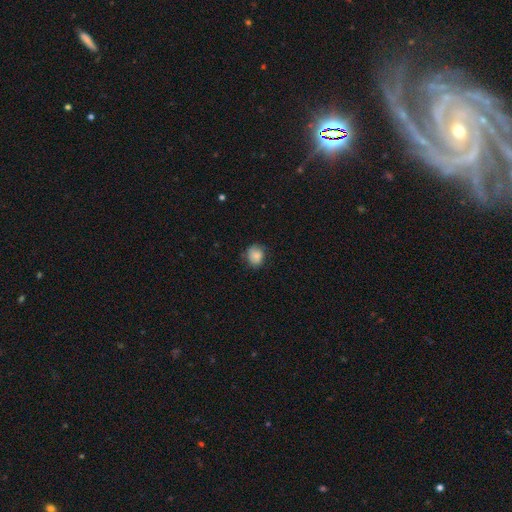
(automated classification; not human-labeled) This is clearly a smooth galaxy (82%). How rounded: possibly round (58%). Merging: likely none (69%).